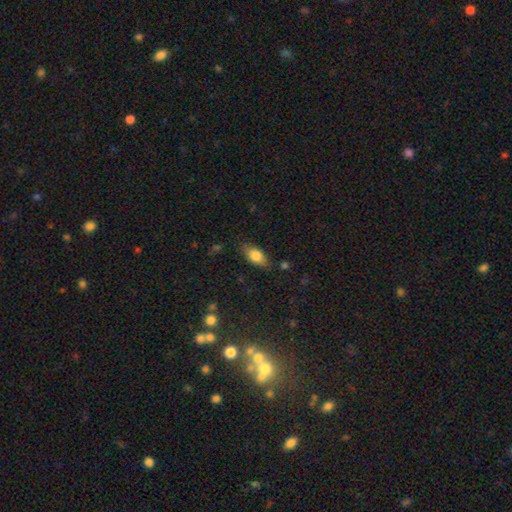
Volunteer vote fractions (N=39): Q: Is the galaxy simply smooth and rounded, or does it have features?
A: smooth — 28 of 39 (72%).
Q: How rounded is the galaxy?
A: in between — 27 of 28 (96%).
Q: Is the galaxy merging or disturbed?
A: none — 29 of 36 (81%).